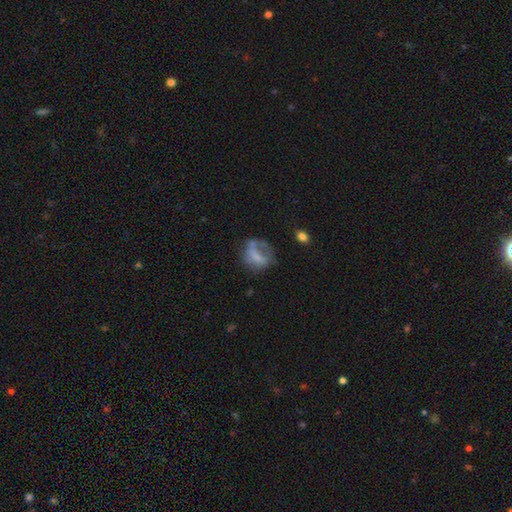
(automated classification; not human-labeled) Overall: smooth (52%; featured or disk 36%). How rounded: round (54%; in between 42%). Merging: none (36%; major disturbance 34%).